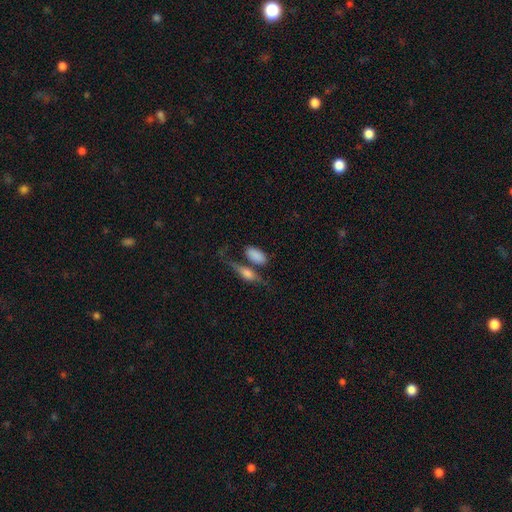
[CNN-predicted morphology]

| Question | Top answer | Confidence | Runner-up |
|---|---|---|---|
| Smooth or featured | smooth | 82% | featured or disk (12%) |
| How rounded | in between | 89% | cigar-shaped (7%) |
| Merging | none | 48% | merger (27%) |